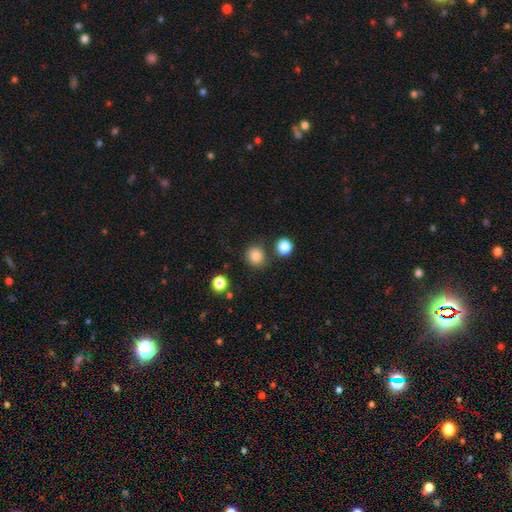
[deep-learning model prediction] smooth 84%, star or artifact 11%, featured or disk 4%. Down the decision tree: how rounded — round (88%); merging — none (80%).